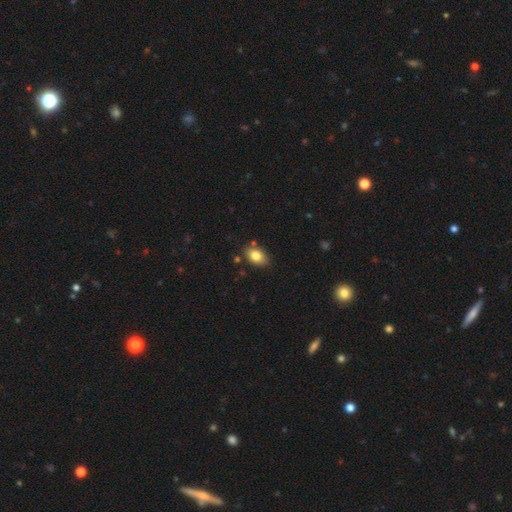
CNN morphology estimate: A smooth galaxy with no disk features (82%) that is in between round and cigar-shaped (85%). Merging: none (81%).